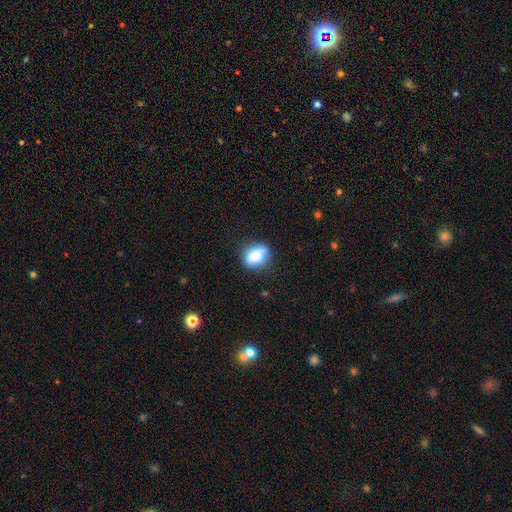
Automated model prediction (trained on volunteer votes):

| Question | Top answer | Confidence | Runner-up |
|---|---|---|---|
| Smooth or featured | smooth | 80% | featured or disk (12%) |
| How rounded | in between | 58% | round (39%) |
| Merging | none | 75% | minor disturbance (19%) |